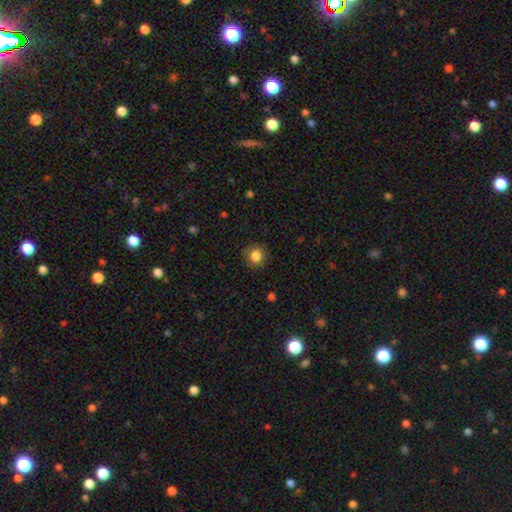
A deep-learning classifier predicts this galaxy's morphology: type=smooth (82%); roundness=round (84%); merging=none (83%).